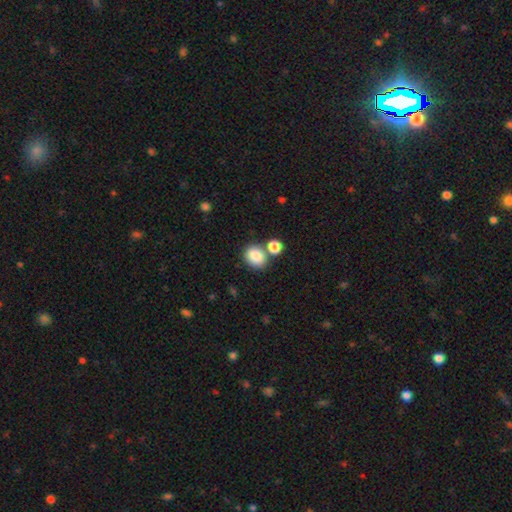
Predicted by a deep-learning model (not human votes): smooth_or_featured: smooth (p=0.85) [alt: star or artifact p=0.09]
how_rounded: round (p=0.58) [alt: in between p=0.41]
merging: none (p=0.61) [alt: merger p=0.24]